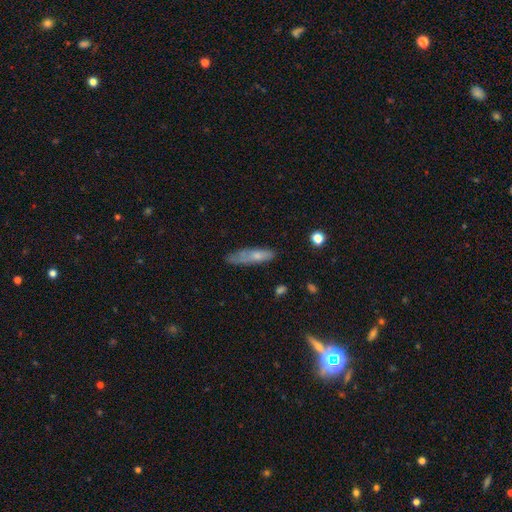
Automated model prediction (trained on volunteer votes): Overall: smooth (63%; featured or disk 29%). How rounded: cigar-shaped (65%; in between 33%). Merging: none (57%; minor disturbance 30%).